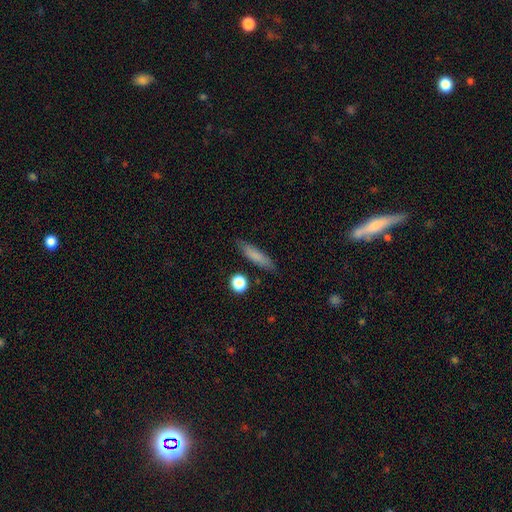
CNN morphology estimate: Smooth or featured? Predicted: smooth (p=0.77). How rounded? Predicted: cigar-shaped (p=0.76). Merging? Predicted: none (p=0.82).